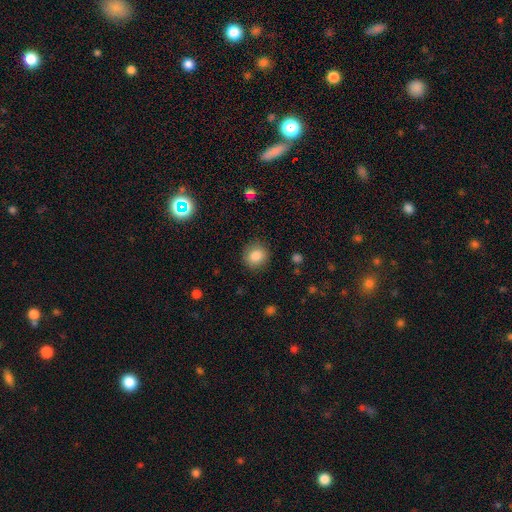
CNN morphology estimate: Smooth or featured? smooth (84%)
How rounded? round (90%)
Merging? none (89%)